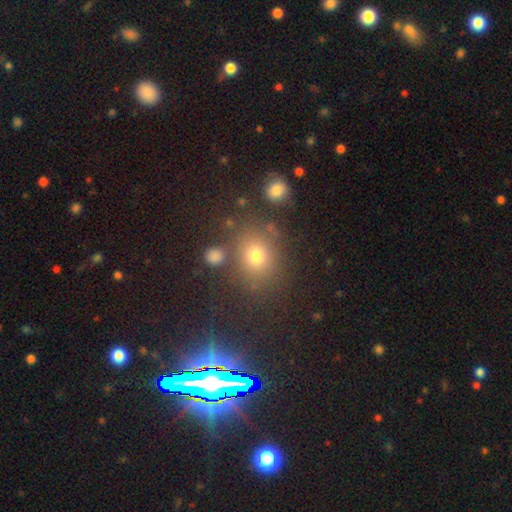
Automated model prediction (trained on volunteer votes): Smooth or featured?
  - smooth: 68% *
  - star or artifact: 22%
  - featured or disk: 11%
How rounded?
  - round: 65% *
  - in between: 34%
  - cigar-shaped: 1%
Merging?
  - none: 75% *
  - minor disturbance: 11%
  - merger: 8%
  - major disturbance: 5%